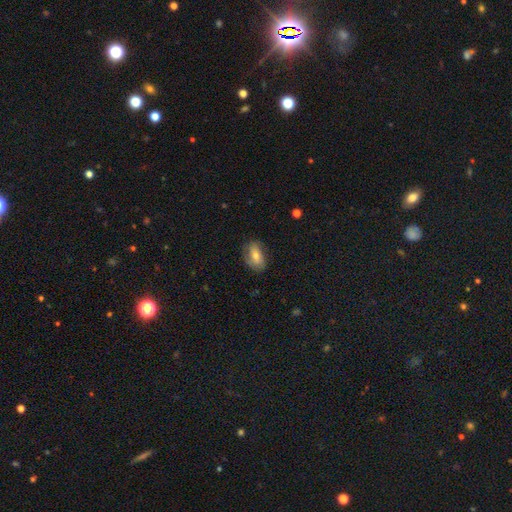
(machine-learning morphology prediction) The model was most divided on "smooth or featured": smooth: 60%, featured or disk: 32%, star or artifact: 8%. More confident: how rounded — in between (86%); merging — none (71%).